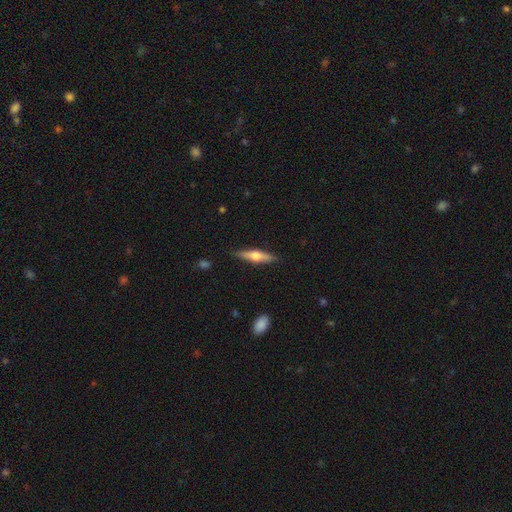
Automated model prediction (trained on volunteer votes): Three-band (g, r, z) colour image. It shows a featured or disk galaxy (59%) viewed edge-on (96%) with a rounded central bulge (92%). Merging: none (88%).